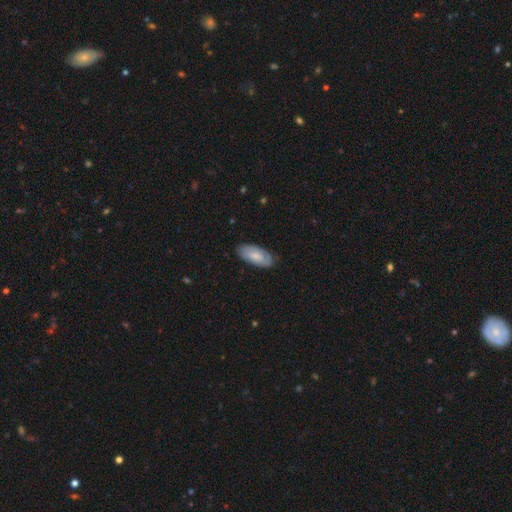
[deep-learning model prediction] Smooth or featured? Predicted: smooth (p=0.64). How rounded? Predicted: in between (p=0.89). Merging? Predicted: none (p=0.80).